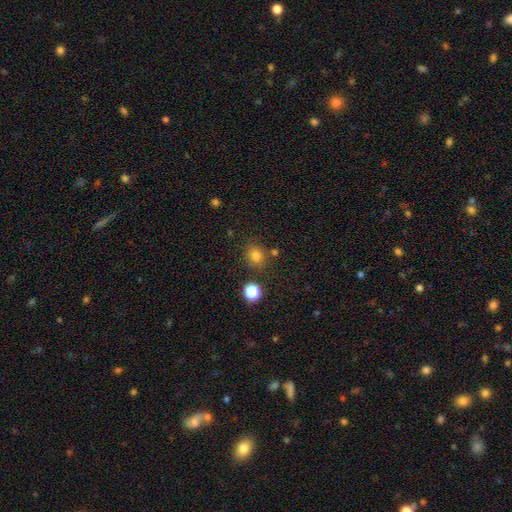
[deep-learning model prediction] Smooth or featured? Predicted: smooth (p=0.80). How rounded? Predicted: round (p=0.81). Merging? Predicted: none (p=0.78).